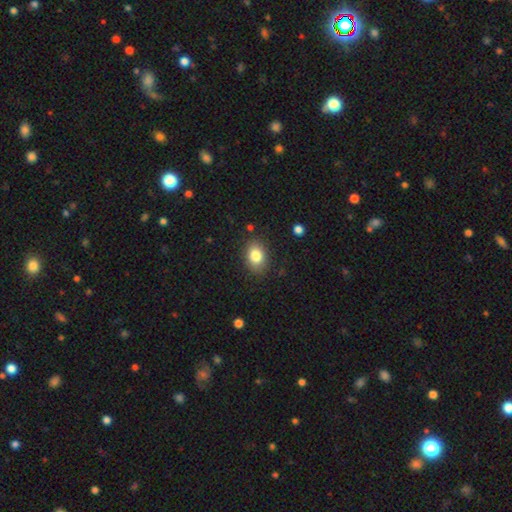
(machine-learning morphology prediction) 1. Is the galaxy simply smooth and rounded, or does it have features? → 83% smooth, 9% star or artifact, 8% featured or disk.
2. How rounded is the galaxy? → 74% in between, 24% round, 1% cigar-shaped.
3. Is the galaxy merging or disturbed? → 84% none, 11% minor disturbance, 3% major disturbance, 2% merger.